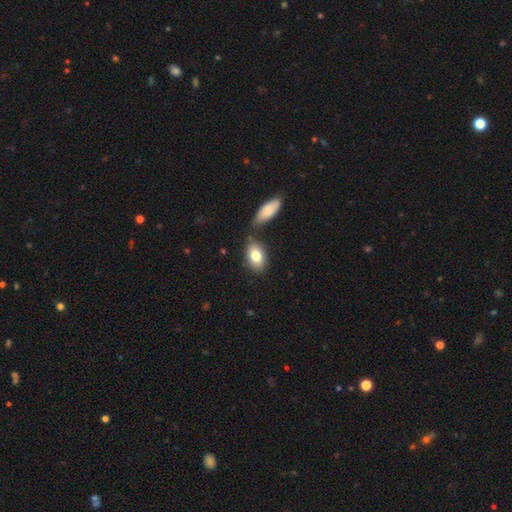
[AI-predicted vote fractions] This appears to be a smooth galaxy with no disk features (80%) that is in between round and cigar-shaped (89%). Merging: none (67%).